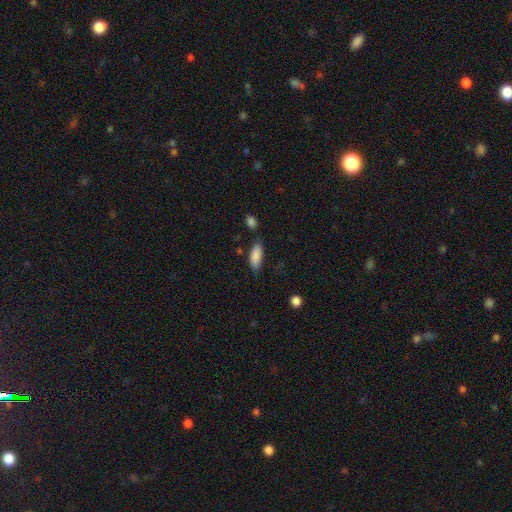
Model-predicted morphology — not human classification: A smooth galaxy with no disk features (86%) that is in between round and cigar-shaped (76%).

Vote fractions:
- Smooth or featured? smooth: 86% / featured or disk: 8% / star or artifact: 6%
- How rounded? in between: 76% / cigar-shaped: 22% / round: 2%
- Merging? none: 68% / minor disturbance: 21% / merger: 6% / major disturbance: 5%